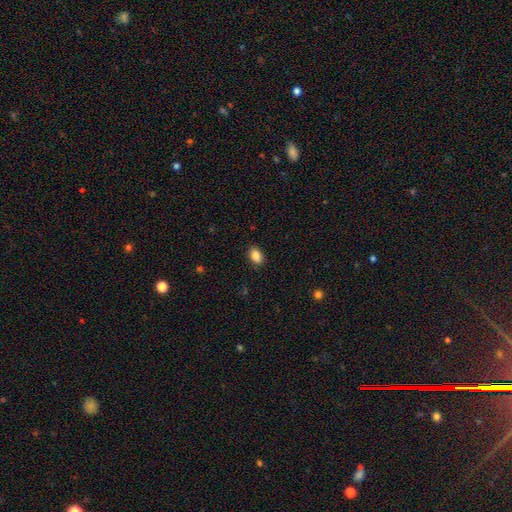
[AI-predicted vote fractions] smooth-or-featured: smooth: 88% | star or artifact: 8% | featured or disk: 4%
  how-rounded: in between: 86% | round: 13% | cigar-shaped: 2%
  merging: none: 88% | minor disturbance: 9% | major disturbance: 2% | merger: 1%